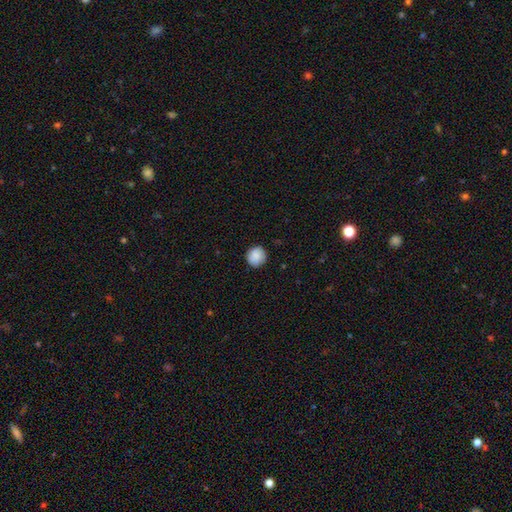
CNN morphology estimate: Smooth or featured? smooth (87%)
How rounded? round (91%)
Merging? none (87%)